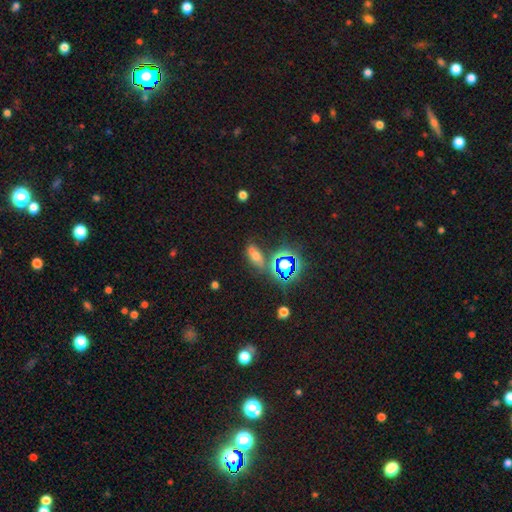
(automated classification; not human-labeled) A smooth galaxy with no disk features (46%).

Vote fractions:
- Smooth or featured? smooth: 46% / star or artifact: 37% / featured or disk: 16%
- Merging? none: 69% / minor disturbance: 16% / merger: 8% / major disturbance: 7%